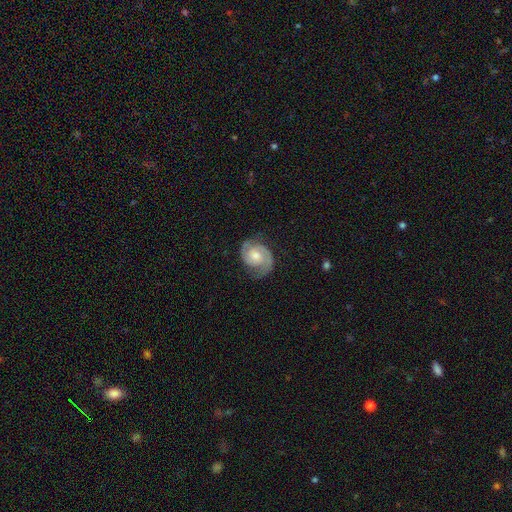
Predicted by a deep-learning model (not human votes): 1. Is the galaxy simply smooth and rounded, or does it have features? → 85% featured or disk, 10% smooth, 5% star or artifact.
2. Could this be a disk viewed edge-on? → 98% no, 2% yes.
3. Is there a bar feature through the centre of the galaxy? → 66% no, 29% weak, 5% strong.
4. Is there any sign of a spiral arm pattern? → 97% yes, 3% no.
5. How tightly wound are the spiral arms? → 45% medium, 42% tight, 12% loose.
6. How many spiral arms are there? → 89% 2, 4% 1, 4% can't tell, 1% 3, 1% 4, 1% more than 4.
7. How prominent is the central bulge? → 62% moderate, 18% small, 14% large, 4% none, 2% dominant.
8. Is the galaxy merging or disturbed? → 72% none, 19% minor disturbance, 8% major disturbance, 1% merger.